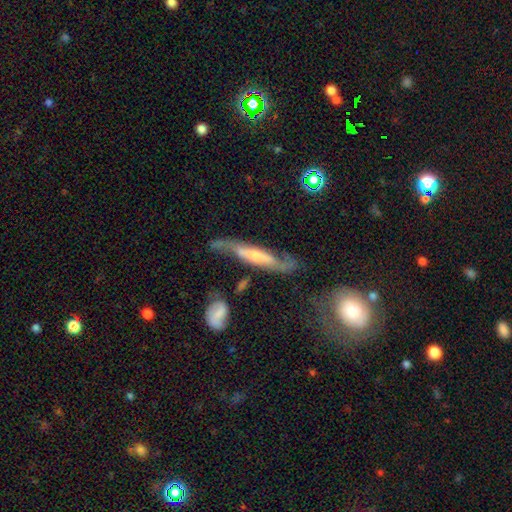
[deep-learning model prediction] Morphology: type=featured or disk (72%); edge-on=no (52%); merging=none (58%).